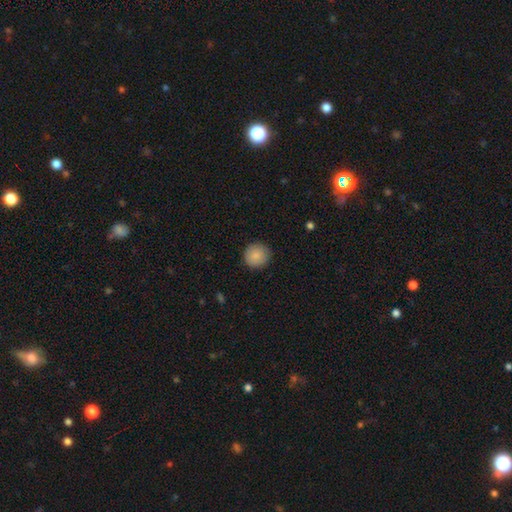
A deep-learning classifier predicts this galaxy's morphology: A smooth galaxy with no disk features (88%) that is round (93%). Merging: none (90%).